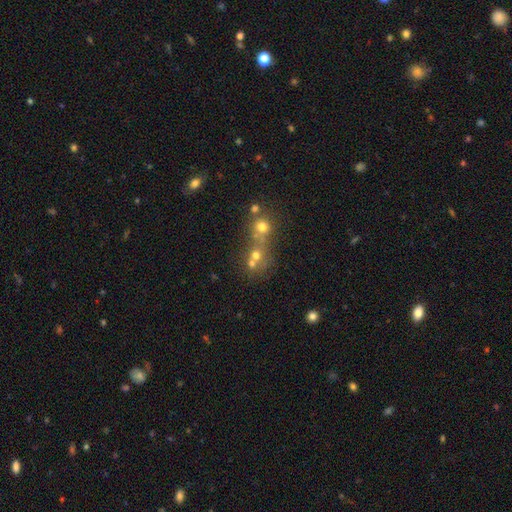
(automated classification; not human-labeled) Smooth or featured? Predicted: smooth (p=0.57). How rounded? Predicted: round (p=0.76). Merging? Predicted: merger (p=0.52).